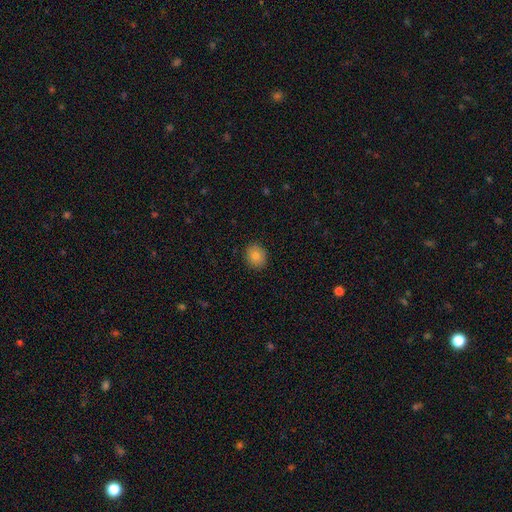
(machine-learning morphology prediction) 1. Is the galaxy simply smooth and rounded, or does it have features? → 82% smooth, 9% star or artifact, 9% featured or disk.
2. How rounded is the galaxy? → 67% round, 32% in between, 1% cigar-shaped.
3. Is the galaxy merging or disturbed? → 89% none, 8% minor disturbance, 2% major disturbance, 1% merger.